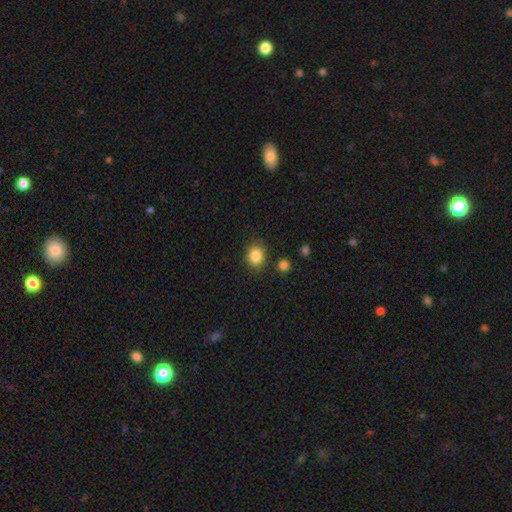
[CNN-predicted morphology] Overall: smooth (85%). How rounded: round (61%; in between 38%). Merging: none (83%).